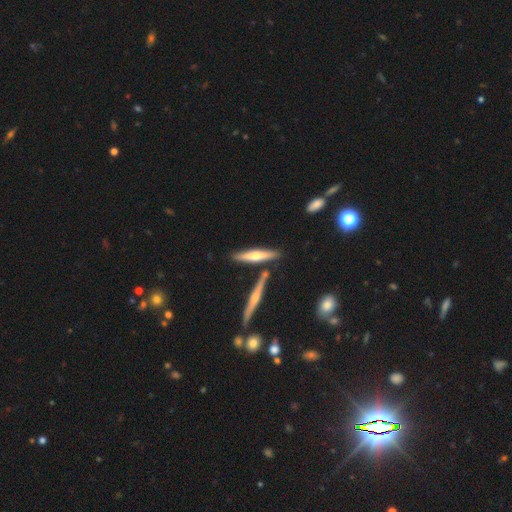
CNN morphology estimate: Overall: featured or disk (52%; smooth 42%). Edge-on disk: yes (93%). Merging: none (74%).